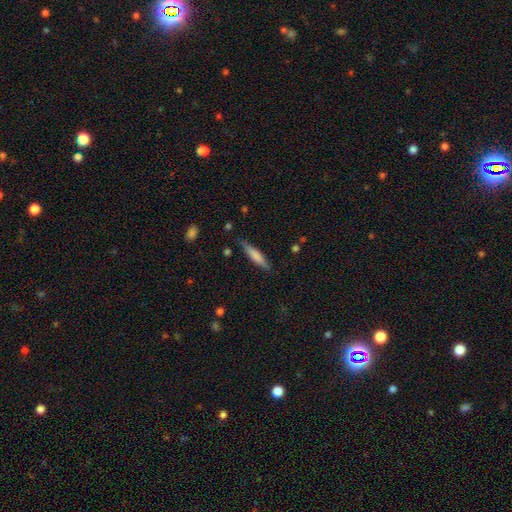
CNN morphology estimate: Smooth or featured?
  - smooth: 65% *
  - featured or disk: 29%
  - star or artifact: 6%
How rounded?
  - cigar-shaped: 87% *
  - in between: 12%
  - round: 1%
Merging?
  - none: 82% *
  - minor disturbance: 13%
  - major disturbance: 3%
  - merger: 2%